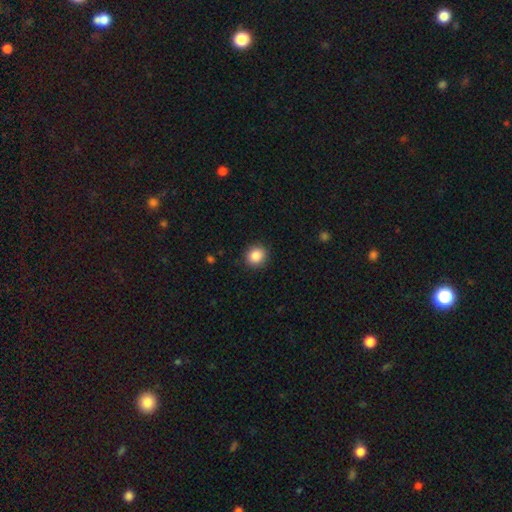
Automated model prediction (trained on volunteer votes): A smooth galaxy with no disk features (86%) that is round (85%). Merging: none (90%).